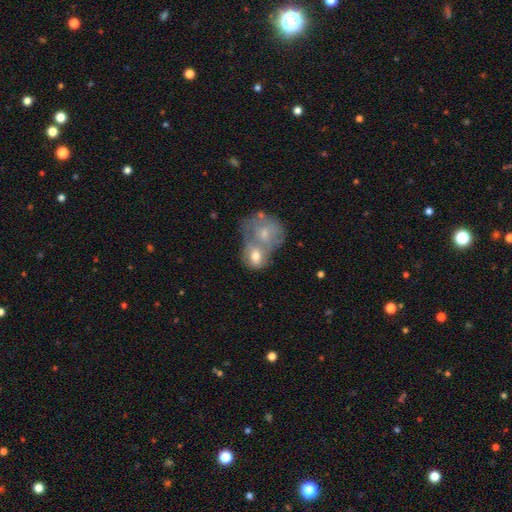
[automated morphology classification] This appears to be a smooth galaxy with no disk features (62%) that is round (52%). Merging: merger (65%).